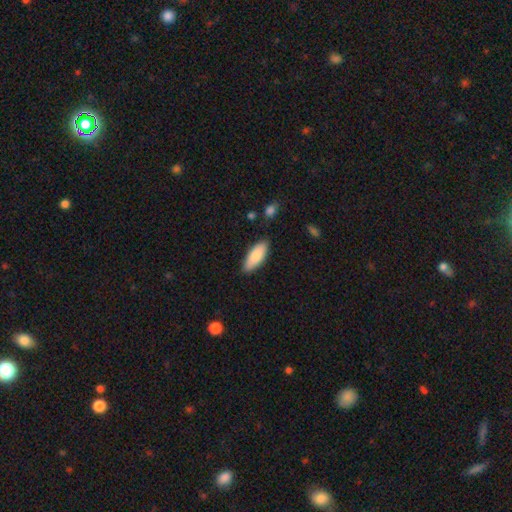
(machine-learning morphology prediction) Smooth or featured? smooth (84%)
How rounded? in between (76%)
Merging? none (84%)